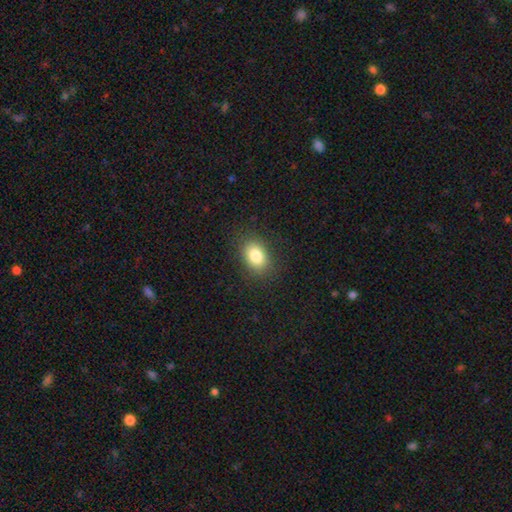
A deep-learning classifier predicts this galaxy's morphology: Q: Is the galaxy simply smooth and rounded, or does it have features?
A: smooth — 83%.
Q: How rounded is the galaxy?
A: in between — 77%.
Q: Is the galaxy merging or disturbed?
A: none — 85%.